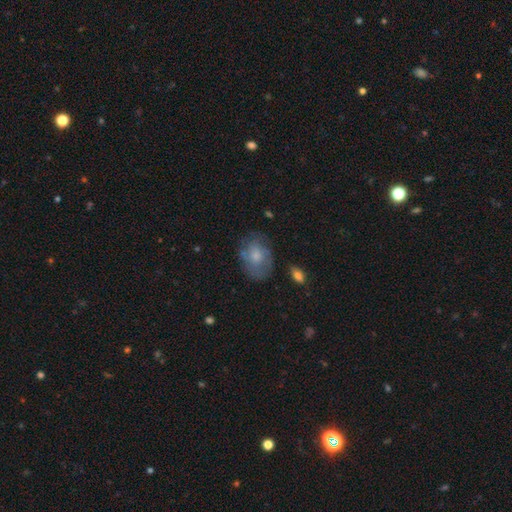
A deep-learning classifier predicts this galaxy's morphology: smooth_or_featured: smooth (p=0.58) [alt: featured or disk p=0.35]
how_rounded: in between (p=0.69) [alt: round p=0.29]
merging: none (p=0.62) [alt: minor disturbance p=0.25]